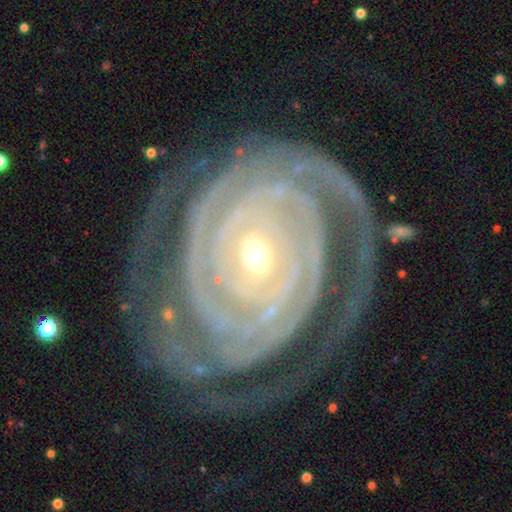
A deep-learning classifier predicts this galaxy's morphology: Smooth or featured? Predicted: featured or disk (p=0.92). Edge-on disk? Predicted: no (p=0.97). Bar? Predicted: no (p=0.56). Spiral arms? Predicted: yes (p=0.98). Spiral winding? Predicted: tight (p=0.90). Spiral arm count? Predicted: 2 (p=0.30). Bulge size? Predicted: small (p=0.65). Merging? Predicted: none (p=0.74).